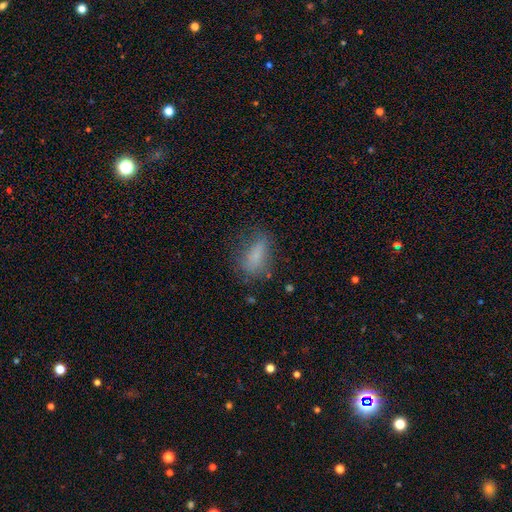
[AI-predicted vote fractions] Smooth or featured?
  - smooth: 75% *
  - featured or disk: 14%
  - star or artifact: 11%
How rounded?
  - in between: 79% *
  - cigar-shaped: 15%
  - round: 7%
Merging?
  - none: 60% *
  - minor disturbance: 24%
  - major disturbance: 14%
  - merger: 3%